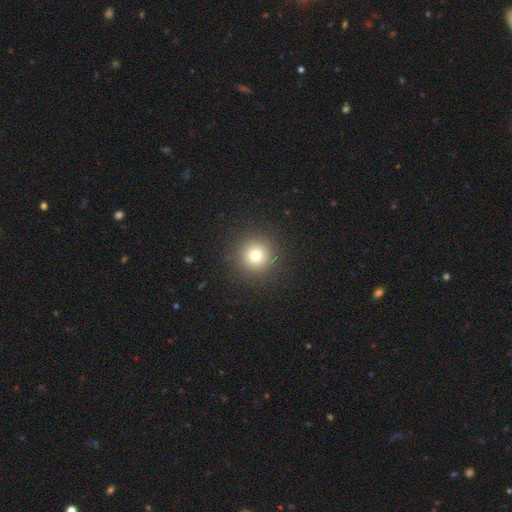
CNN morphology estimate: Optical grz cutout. It shows a smooth galaxy with no disk features (77%) that is round (96%). Merging: none (92%).